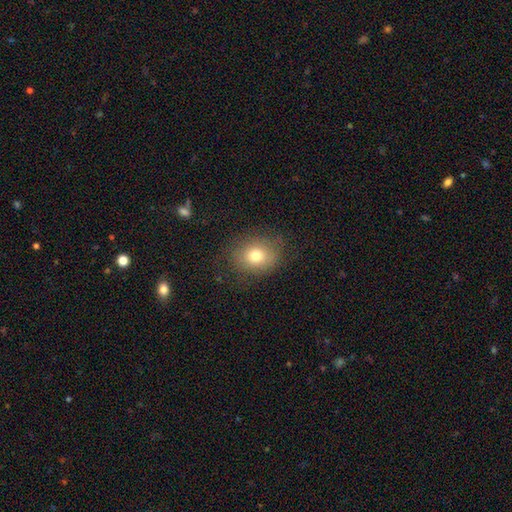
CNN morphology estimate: Smooth or featured?
  - smooth: 76% *
  - featured or disk: 12%
  - star or artifact: 11%
How rounded?
  - round: 53% *
  - in between: 46%
  - cigar-shaped: 1%
Merging?
  - none: 78% *
  - minor disturbance: 15%
  - major disturbance: 6%
  - merger: 1%